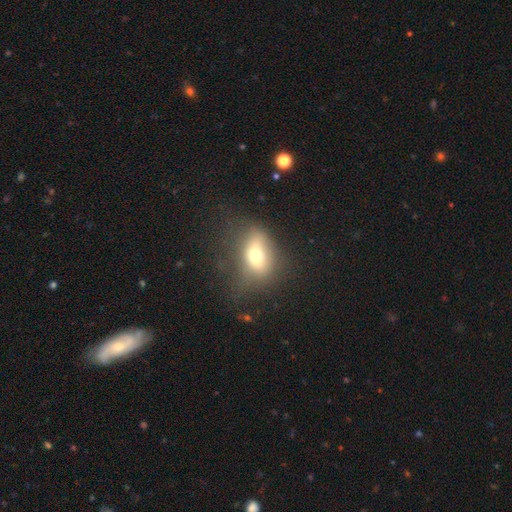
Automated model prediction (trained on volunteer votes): Smooth or featured?
  - smooth: 62% *
  - featured or disk: 26%
  - star or artifact: 12%
How rounded?
  - in between: 72% *
  - round: 24%
  - cigar-shaped: 5%
Merging?
  - none: 53% *
  - minor disturbance: 25%
  - major disturbance: 19%
  - merger: 3%